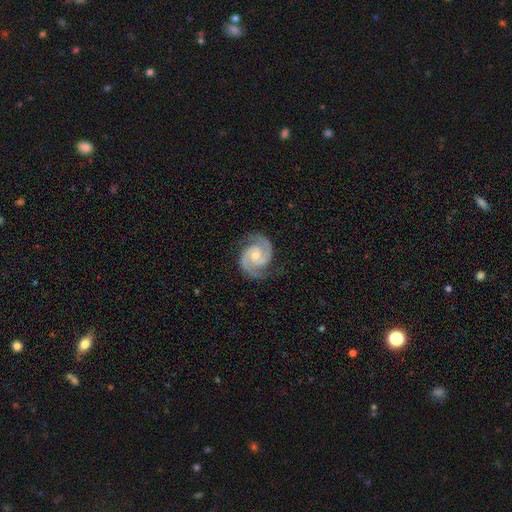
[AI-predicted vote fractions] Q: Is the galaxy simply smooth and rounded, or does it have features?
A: featured or disk — 93%.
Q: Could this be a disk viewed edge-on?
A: no — 98%.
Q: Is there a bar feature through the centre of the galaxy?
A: no — 62%.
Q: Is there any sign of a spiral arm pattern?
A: yes — 99%.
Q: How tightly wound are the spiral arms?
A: medium — 52%.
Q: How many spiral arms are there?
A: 2 — 94%.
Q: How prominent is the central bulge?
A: moderate — 50%.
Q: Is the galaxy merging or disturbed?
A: none — 83%.